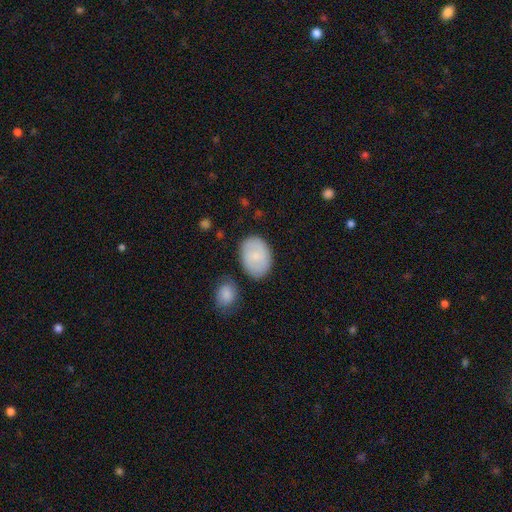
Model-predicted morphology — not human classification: This appears to be a smooth galaxy with no disk features (76%) that is in between round and cigar-shaped (77%). Merging: none (76%).